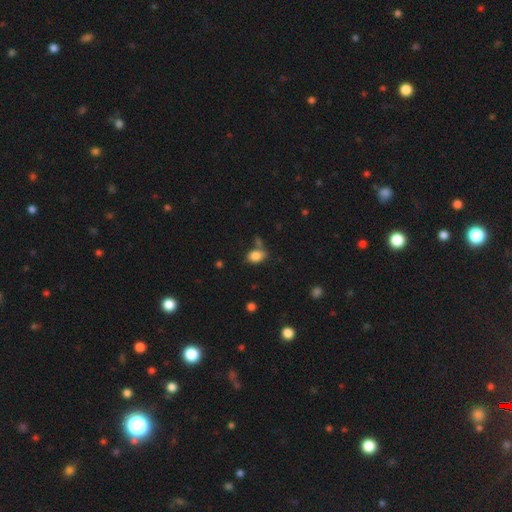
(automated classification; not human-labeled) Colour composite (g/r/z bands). It shows a smooth galaxy with no disk features (84%) that is in between round and cigar-shaped (79%). Merging: none (62%).